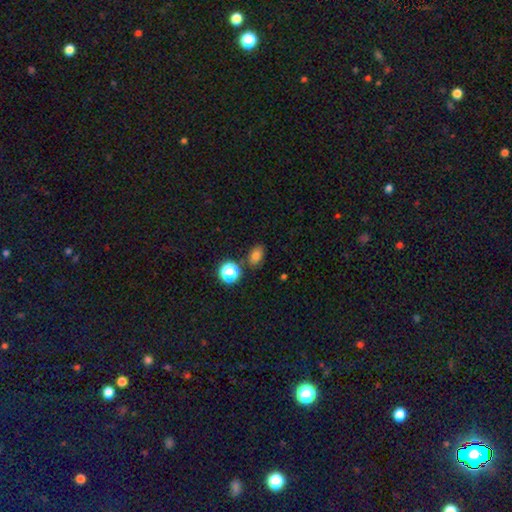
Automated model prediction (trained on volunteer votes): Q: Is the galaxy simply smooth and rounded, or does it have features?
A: smooth — 77%.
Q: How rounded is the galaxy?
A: in between — 74%.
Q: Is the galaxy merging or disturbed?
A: none — 80%.